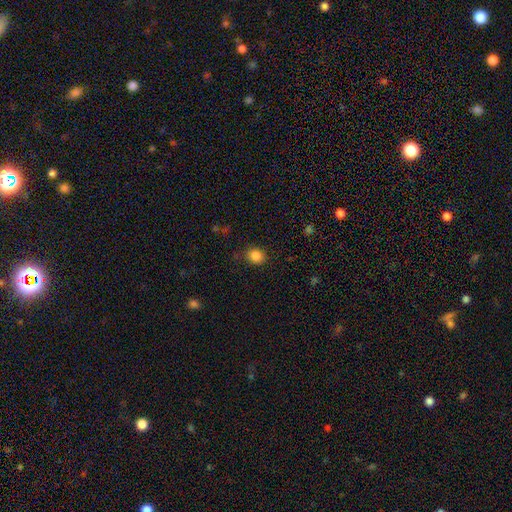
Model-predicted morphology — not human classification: smooth-or-featured: smooth: 86% | star or artifact: 11% | featured or disk: 4%
  how-rounded: round: 62% | in between: 38% | cigar-shaped: 1%
  merging: none: 83% | minor disturbance: 12% | major disturbance: 3% | merger: 1%